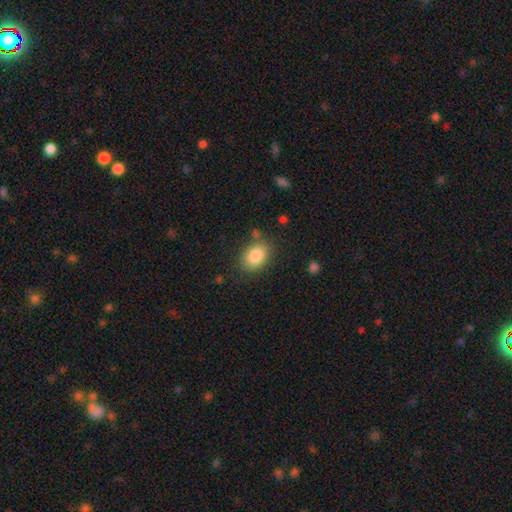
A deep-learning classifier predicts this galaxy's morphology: type=smooth (85%); roundness=in between (78%); merging=none (76%).